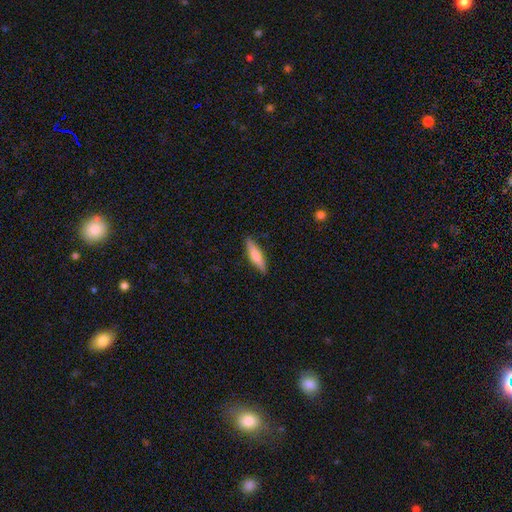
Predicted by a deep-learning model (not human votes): This appears to be a smooth galaxy with no disk features (65%) that is cigar-shaped (76%). Merging: none (88%).